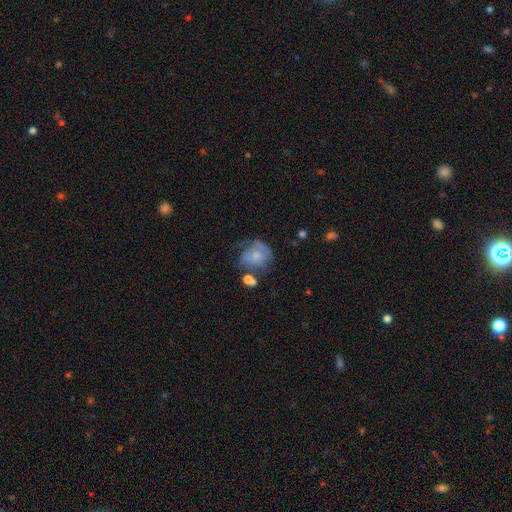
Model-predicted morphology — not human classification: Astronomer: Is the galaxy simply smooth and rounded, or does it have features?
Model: smooth — 57% (runner-up: featured or disk, 35%).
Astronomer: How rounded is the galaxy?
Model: round — 68%.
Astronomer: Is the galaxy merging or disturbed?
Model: none — 36% (runner-up: minor disturbance, 30%).